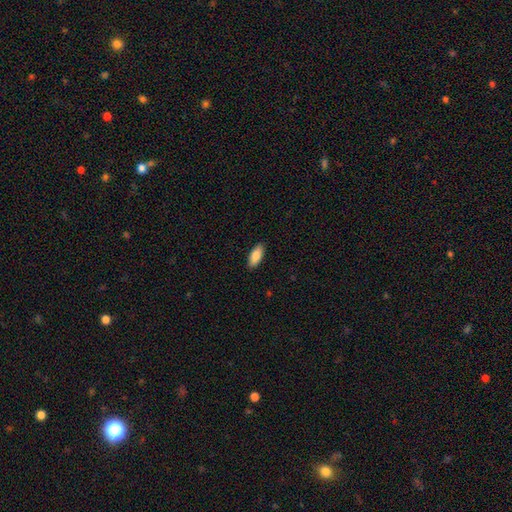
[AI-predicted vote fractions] Q: Smooth or featured?
A: smooth (87%); runner-up: featured or disk (8%)
Q: How rounded?
A: in between (84%); runner-up: cigar-shaped (14%)
Q: Merging?
A: none (89%); runner-up: minor disturbance (8%)